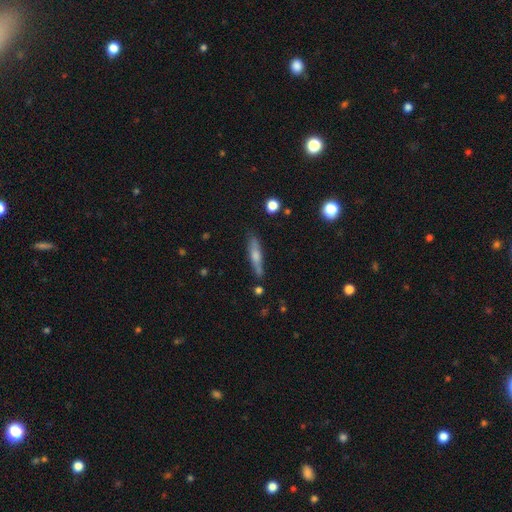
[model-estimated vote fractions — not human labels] Smooth or featured? Predicted: smooth (p=0.55). How rounded? Predicted: cigar-shaped (p=0.83). Merging? Predicted: none (p=0.77).